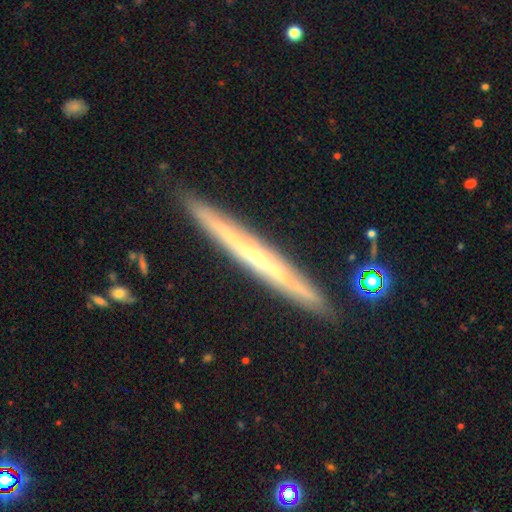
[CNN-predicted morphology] smooth-or-featured: featured or disk: 74% | smooth: 20% | star or artifact: 6%
  disk-edge-on: yes: 96% | no: 4%
    edge-on-bulge: none: 54% | rounded: 42% | boxy: 4%
  merging: none: 90% | minor disturbance: 7% | merger: 1% | major disturbance: 1%